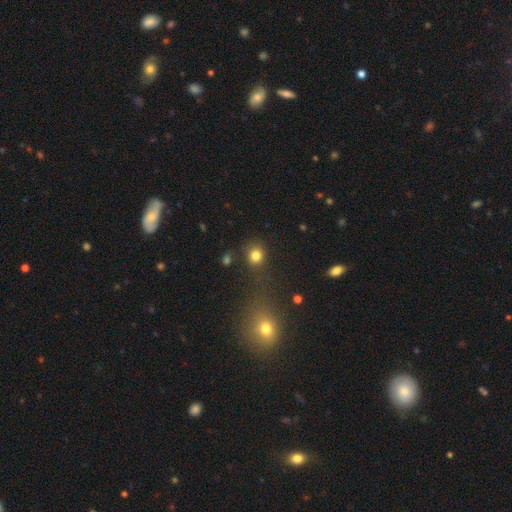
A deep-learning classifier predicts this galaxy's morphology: Q: Smooth or featured?
A: smooth (81%); runner-up: star or artifact (13%)
Q: How rounded?
A: round (83%); runner-up: in between (16%)
Q: Merging?
A: none (79%); runner-up: minor disturbance (10%)